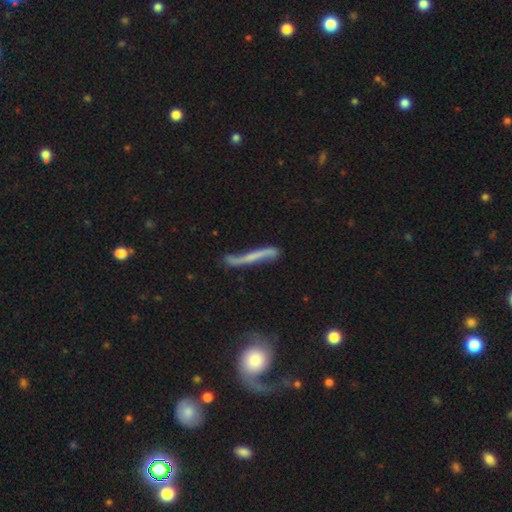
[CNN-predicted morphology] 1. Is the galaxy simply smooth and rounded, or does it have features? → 62% featured or disk, 31% smooth, 7% star or artifact.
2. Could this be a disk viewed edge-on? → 56% yes, 44% no.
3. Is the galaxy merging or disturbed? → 51% none, 27% minor disturbance, 15% major disturbance, 7% merger.